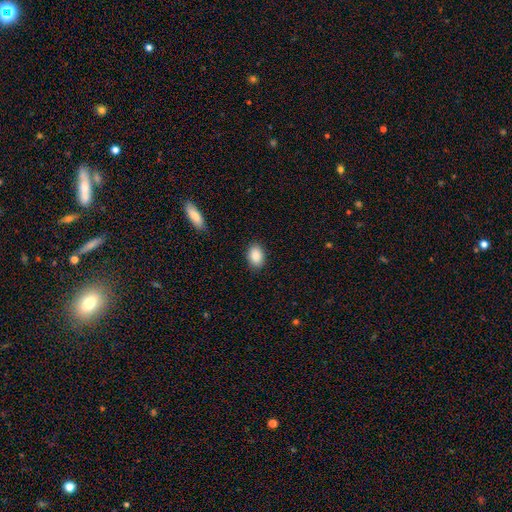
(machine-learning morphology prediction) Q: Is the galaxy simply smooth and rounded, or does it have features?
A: smooth — 90%.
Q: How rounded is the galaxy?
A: in between — 83%.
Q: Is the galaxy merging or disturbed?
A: none — 87%.